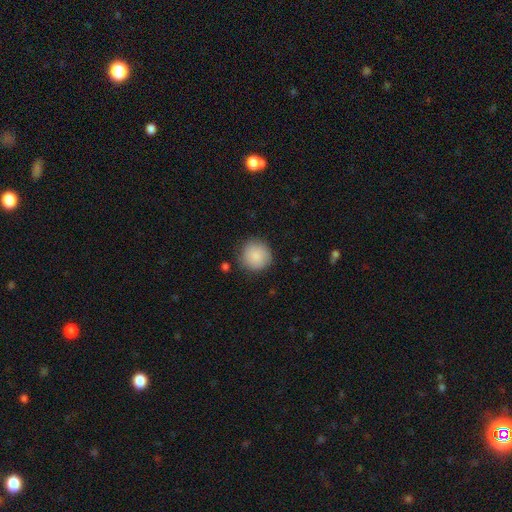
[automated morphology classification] Q: Smooth or featured?
A: smooth (87%); runner-up: star or artifact (7%)
Q: How rounded?
A: round (94%); runner-up: in between (5%)
Q: Merging?
A: none (84%); runner-up: minor disturbance (12%)